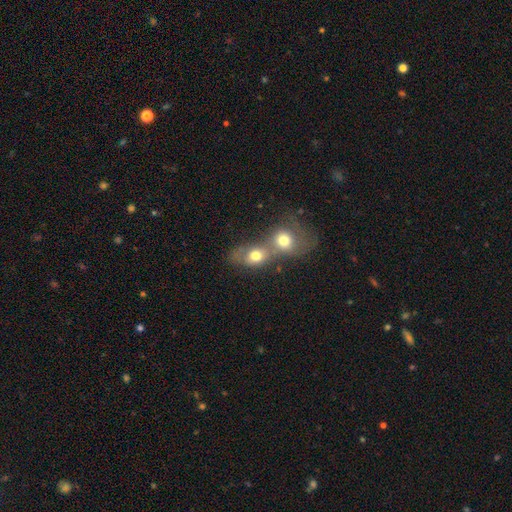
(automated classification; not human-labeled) A smooth galaxy with no disk features (69%) that is round (50%).

Vote fractions:
- Smooth or featured? smooth: 69% / featured or disk: 20% / star or artifact: 11%
- How rounded? round: 50% / in between: 48% / cigar-shaped: 2%
- Merging? merger: 72% / none: 17% / minor disturbance: 6% / major disturbance: 5%